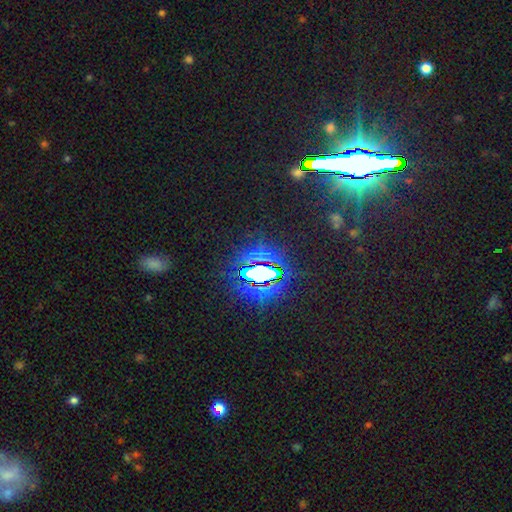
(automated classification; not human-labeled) Overall: star or artifact (84%).